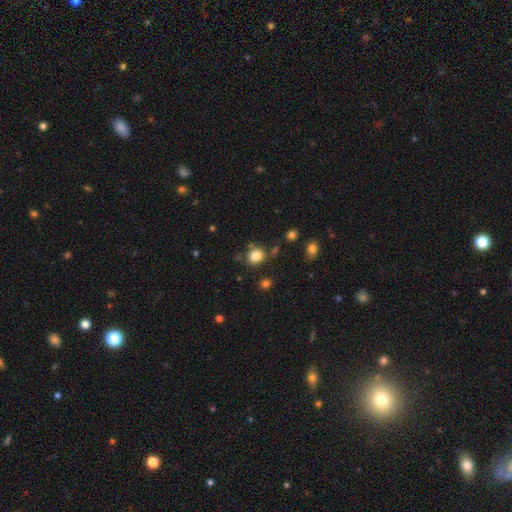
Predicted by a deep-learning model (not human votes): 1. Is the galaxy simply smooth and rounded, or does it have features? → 84% smooth, 12% star or artifact, 5% featured or disk.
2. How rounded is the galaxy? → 71% round, 28% in between, 1% cigar-shaped.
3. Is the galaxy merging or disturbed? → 77% none, 12% minor disturbance, 7% merger, 4% major disturbance.